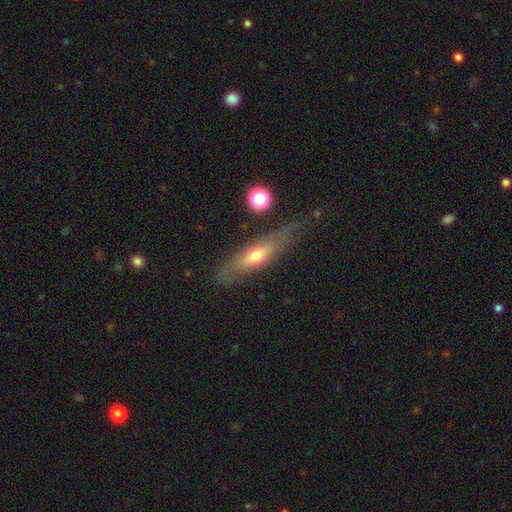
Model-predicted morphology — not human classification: A featured or disk galaxy (46%, tied with smooth).

Vote fractions:
- Smooth or featured? featured or disk: 46% (tied) / smooth: 46% (tied) / star or artifact: 8%
- Merging? none: 67% / minor disturbance: 20% / major disturbance: 9% / merger: 3%